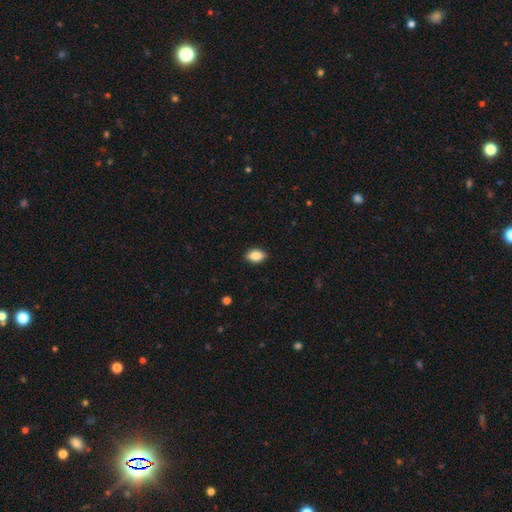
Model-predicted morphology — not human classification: Overall: smooth (88%). How rounded: in between (88%). Merging: none (89%).